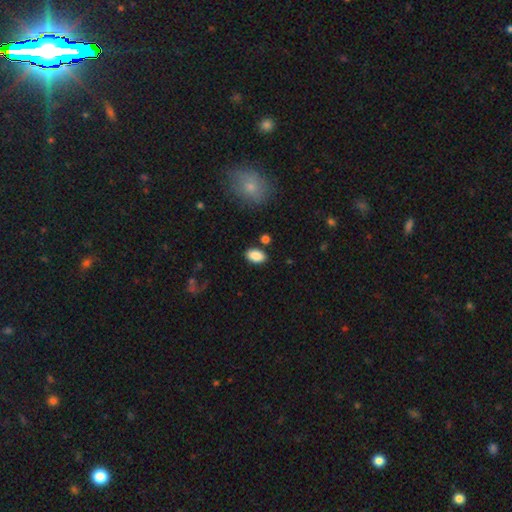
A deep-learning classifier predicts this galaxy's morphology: type=smooth (88%); roundness=in between (91%); merging=none (85%).